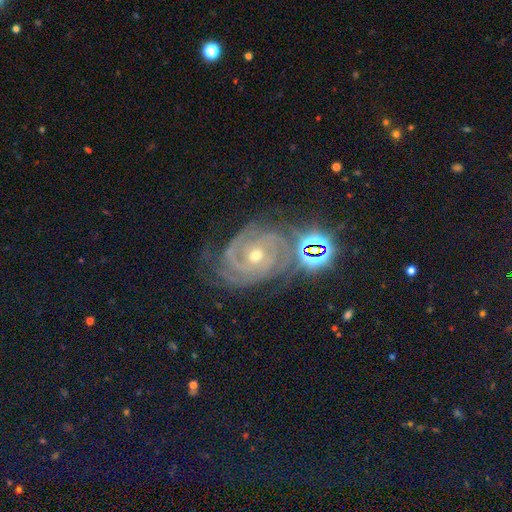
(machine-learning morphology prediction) type=featured or disk (61%); edge-on=no (96%); bar=no (69%); spiral arms=yes (95%); winding=tight (73%); arm count=2 (30%); bulge=small (53%); merging=none (70%).